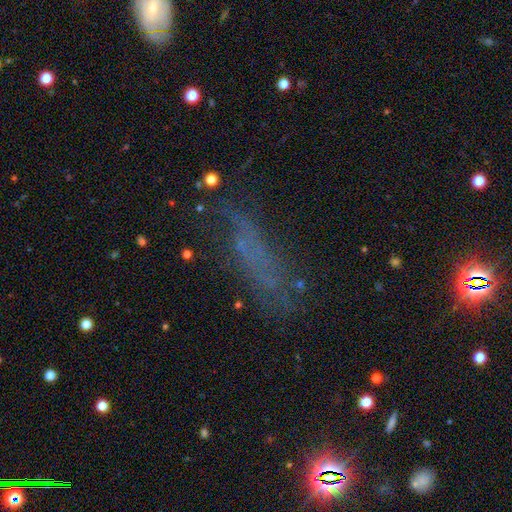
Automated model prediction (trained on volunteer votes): Smooth or featured? Predicted: smooth (p=0.43). Merging? Predicted: none (p=0.61).